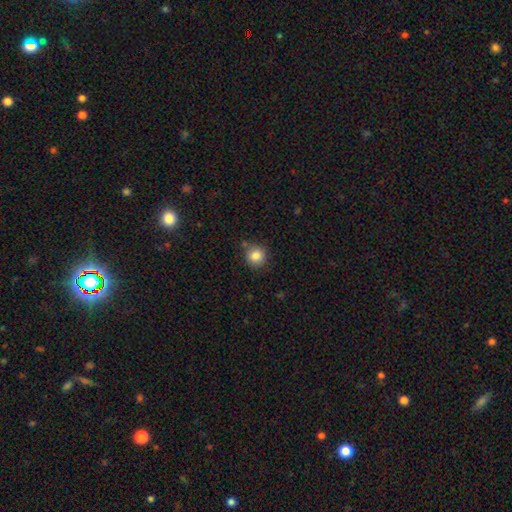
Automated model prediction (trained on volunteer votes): Smooth or featured? Predicted: smooth (p=0.84). How rounded? Predicted: round (p=0.88). Merging? Predicted: none (p=0.77).